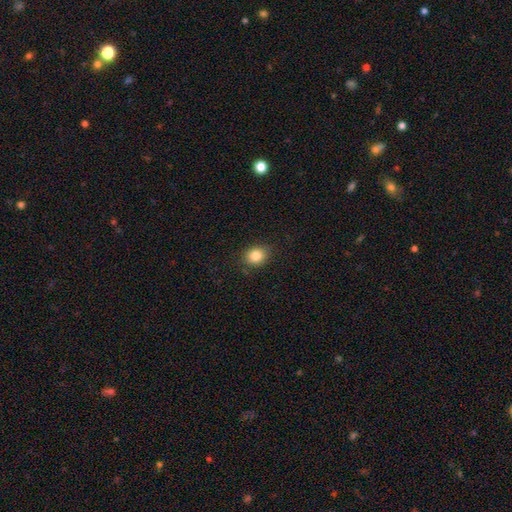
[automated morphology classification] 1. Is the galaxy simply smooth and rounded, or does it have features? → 84% smooth, 10% star or artifact, 6% featured or disk.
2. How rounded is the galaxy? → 63% round, 36% in between, 1% cigar-shaped.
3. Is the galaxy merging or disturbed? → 86% none, 10% minor disturbance, 3% major disturbance, 1% merger.